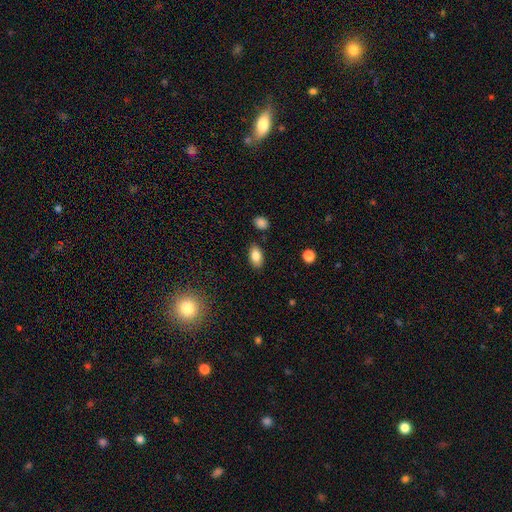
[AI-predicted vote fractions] A smooth galaxy with no disk features (82%) that is in between round and cigar-shaped (91%). Merging: none (86%).